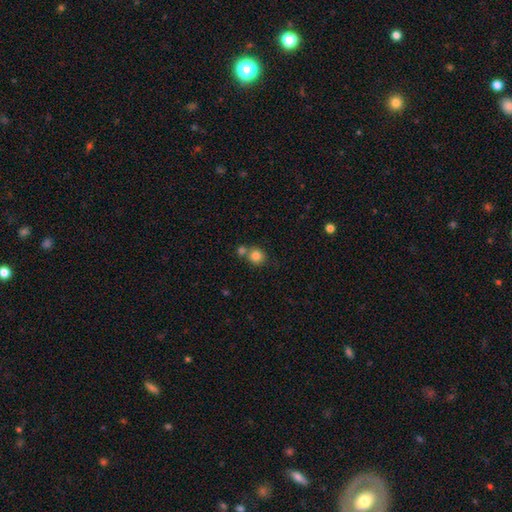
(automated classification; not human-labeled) A smooth galaxy with no disk features (84%) that is round (85%).

Vote fractions:
- Smooth or featured? smooth: 84% / star or artifact: 10% / featured or disk: 6%
- How rounded? round: 85% / in between: 14% / cigar-shaped: 1%
- Merging? none: 53% / merger: 35% / minor disturbance: 9% / major disturbance: 3%